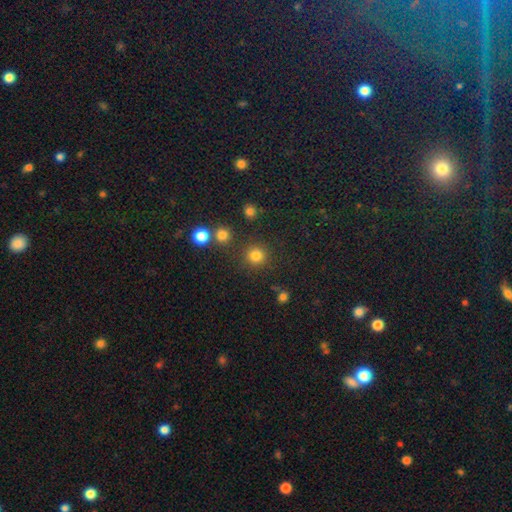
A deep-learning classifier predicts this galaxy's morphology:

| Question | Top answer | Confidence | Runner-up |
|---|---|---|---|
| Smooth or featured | smooth | 81% | star or artifact (15%) |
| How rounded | round | 93% | in between (6%) |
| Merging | none | 85% | minor disturbance (7%) |